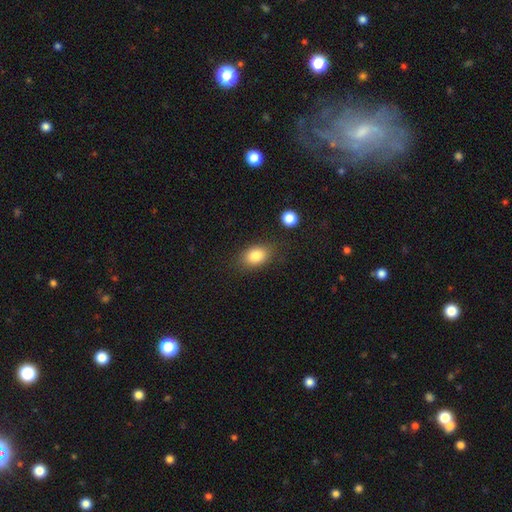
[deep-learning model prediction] Smooth or featured? Predicted: smooth (p=0.84). How rounded? Predicted: in between (p=0.78). Merging? Predicted: none (p=0.77).